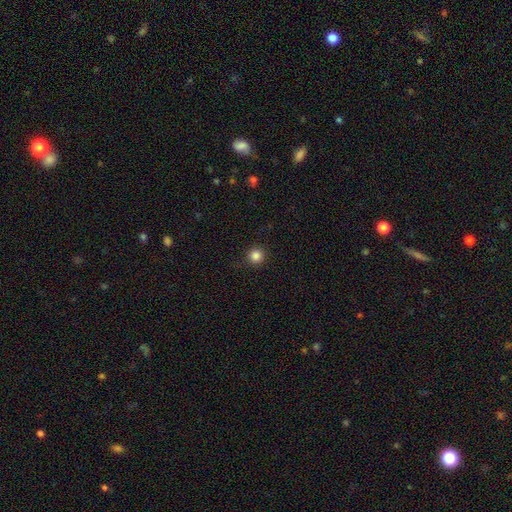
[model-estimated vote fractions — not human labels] Smooth or featured? Predicted: smooth (p=0.85). How rounded? Predicted: round (p=0.95). Merging? Predicted: none (p=0.91).